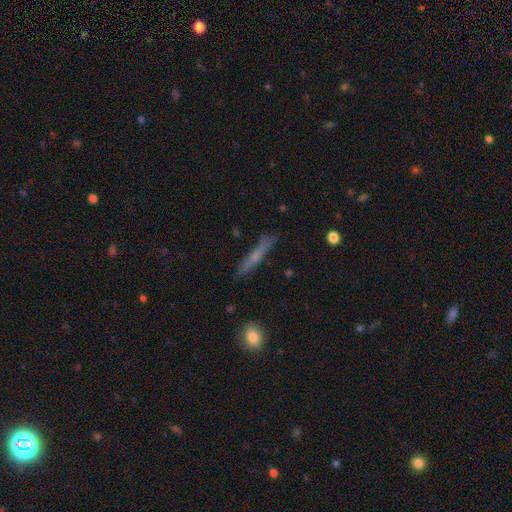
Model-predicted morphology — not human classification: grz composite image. It shows a smooth galaxy with no disk features (55%) that is cigar-shaped (94%). Merging: none (85%).